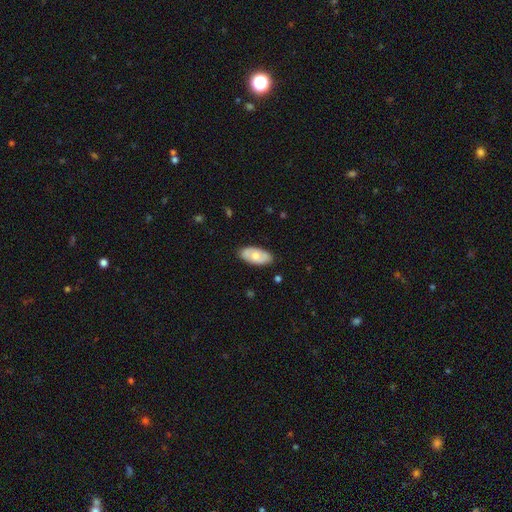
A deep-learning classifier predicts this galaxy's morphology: Smooth or featured? Predicted: smooth (p=0.57). How rounded? Predicted: in between (p=0.93). Merging? Predicted: none (p=0.85).